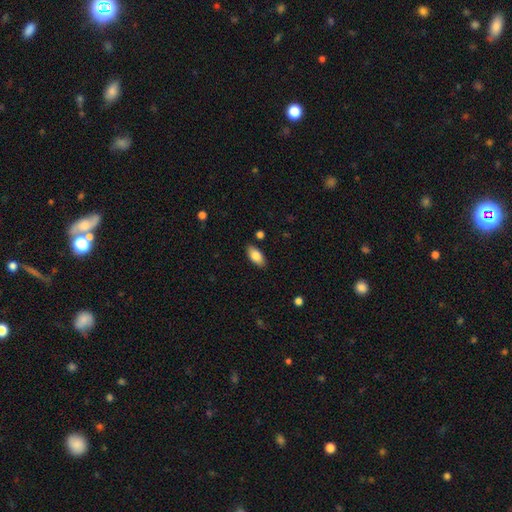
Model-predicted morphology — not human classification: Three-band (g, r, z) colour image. It shows a smooth galaxy with no disk features (81%) that is in between round and cigar-shaped (91%). Merging: none (87%).